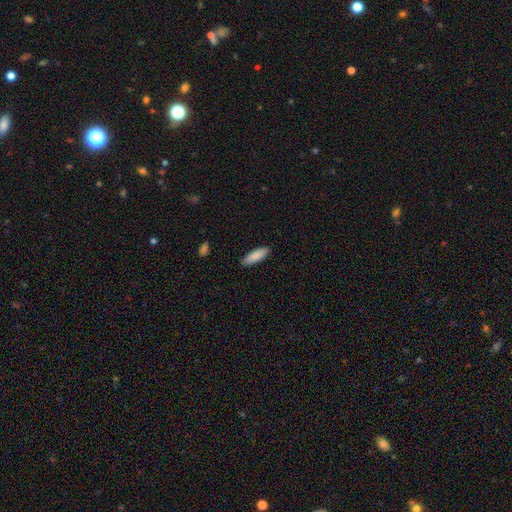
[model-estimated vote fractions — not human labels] smooth_or_featured: smooth (p=0.88) [alt: featured or disk p=0.06]
how_rounded: in between (p=0.56) [alt: cigar-shaped p=0.42]
merging: none (p=0.89) [alt: minor disturbance p=0.08]